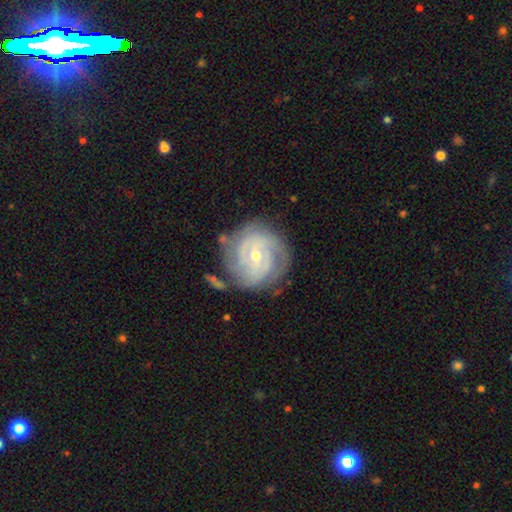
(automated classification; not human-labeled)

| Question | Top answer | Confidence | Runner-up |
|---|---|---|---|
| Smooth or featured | featured or disk | 85% | smooth (10%) |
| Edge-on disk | no | 98% | yes (2%) |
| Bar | no | 46% | weak (42%) |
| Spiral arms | yes | 95% | no (5%) |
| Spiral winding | tight | 69% | medium (25%) |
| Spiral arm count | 2 | 29% | can't tell (27%) |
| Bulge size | small | 58% | moderate (39%) |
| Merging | none | 72% | minor disturbance (18%) |